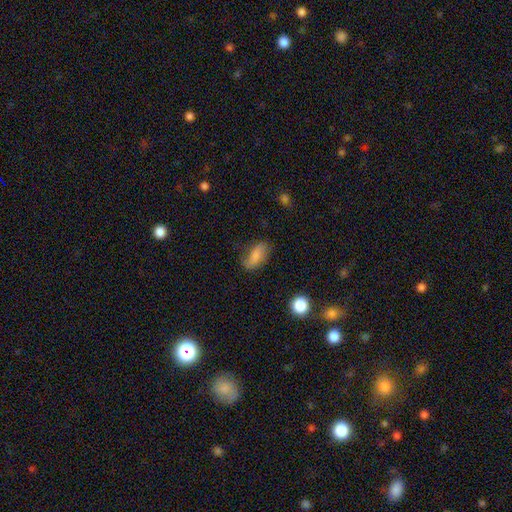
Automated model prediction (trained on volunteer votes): Morphology: type=smooth (71%); roundness=in between (86%); merging=none (59%).